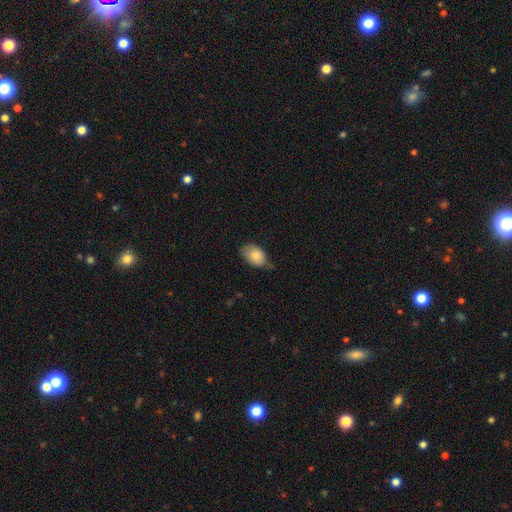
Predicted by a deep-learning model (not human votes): Morphology: type=smooth (82%); roundness=in between (86%); merging=none (47%).